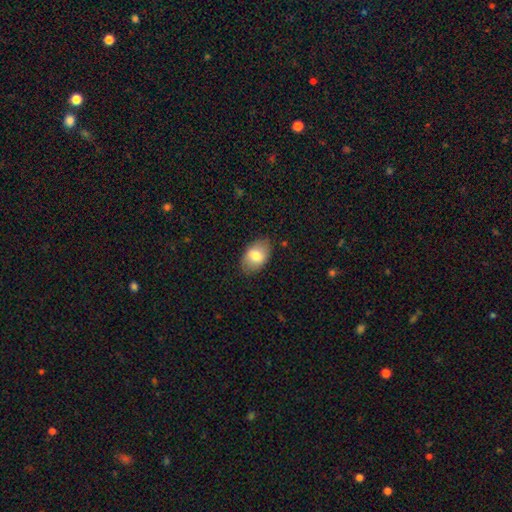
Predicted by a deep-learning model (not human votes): smooth-or-featured: smooth: 75% | featured or disk: 18% | star or artifact: 7%
  how-rounded: in between: 89% | round: 10% | cigar-shaped: 1%
  merging: none: 84% | minor disturbance: 12% | major disturbance: 3% | merger: 1%